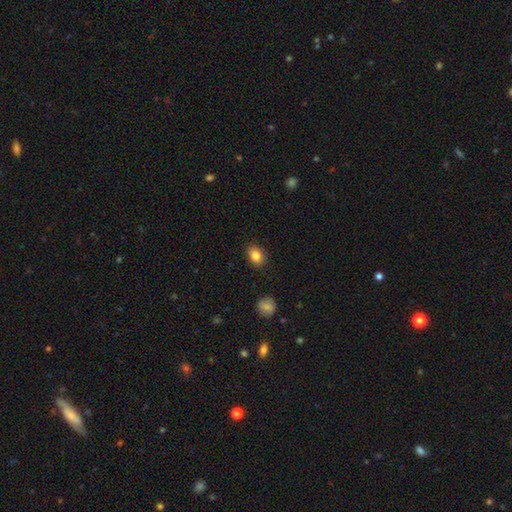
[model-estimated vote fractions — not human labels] Smooth or featured: smooth — 84% (star or artifact — 9%)
How rounded: in between — 66% (round — 33%)
Merging: none — 86% (minor disturbance — 11%)